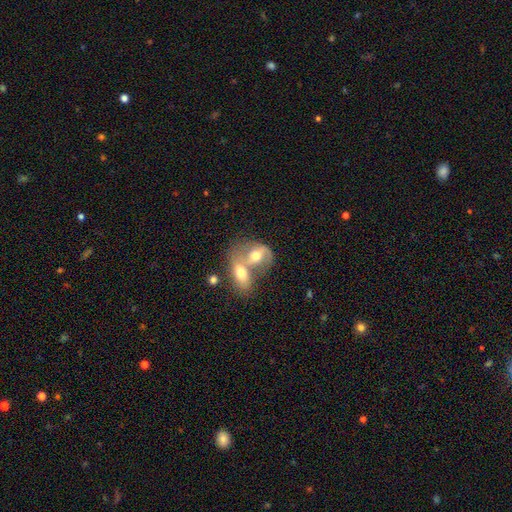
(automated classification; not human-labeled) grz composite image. It shows a smooth galaxy with no disk features (47%). Merging: merger (74%).